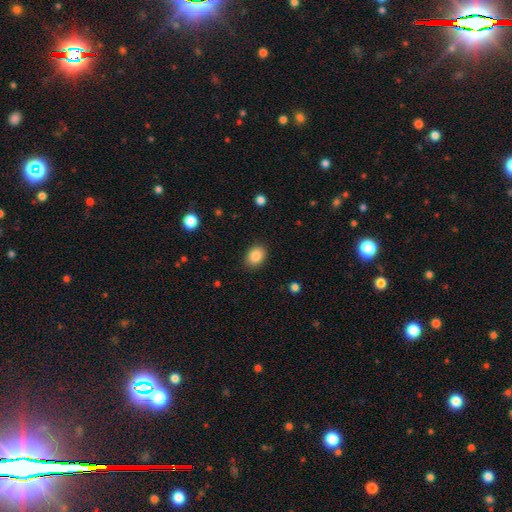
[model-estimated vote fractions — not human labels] Smooth or featured? smooth (86%)
How rounded? in between (64%)
Merging? none (87%)